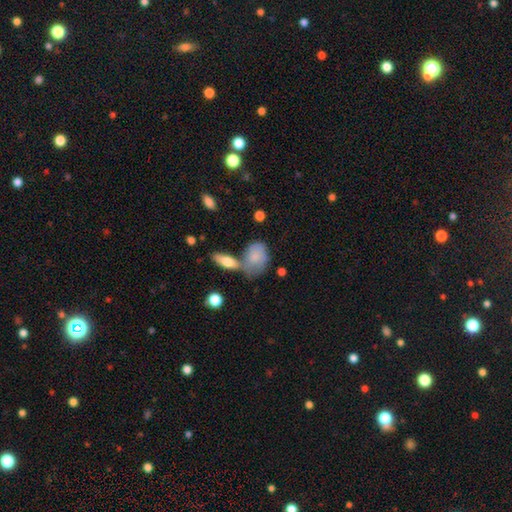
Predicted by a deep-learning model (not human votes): smooth 72%, featured or disk 22%, star or artifact 7%. Down the decision tree: how rounded — in between (78%); merging — none (35%).